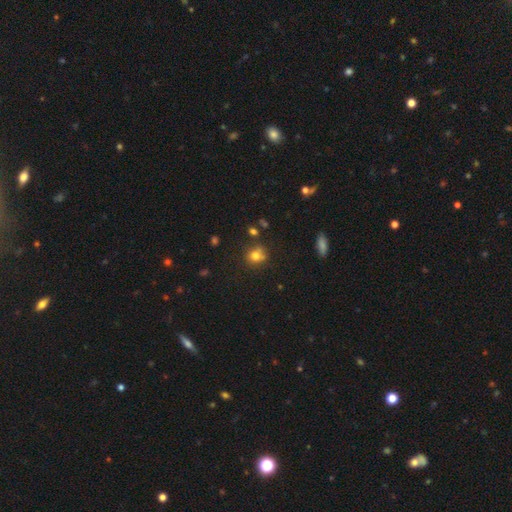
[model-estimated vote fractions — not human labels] Overall: smooth (72%). How rounded: round (79%). Merging: none (59%; merger 20%).